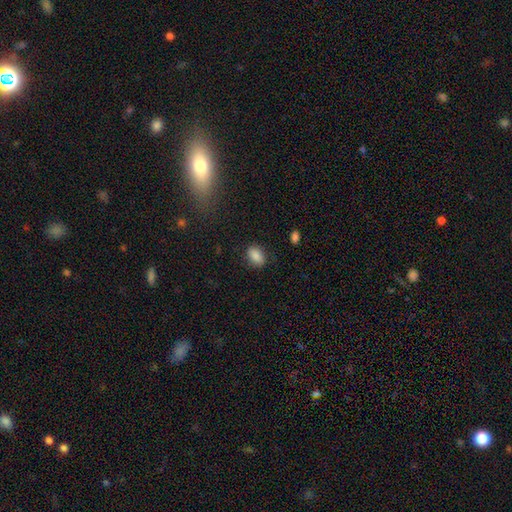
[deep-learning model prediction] Q: Smooth or featured?
A: smooth (87%); runner-up: star or artifact (8%)
Q: How rounded?
A: in between (84%); runner-up: round (15%)
Q: Merging?
A: none (83%); runner-up: minor disturbance (12%)